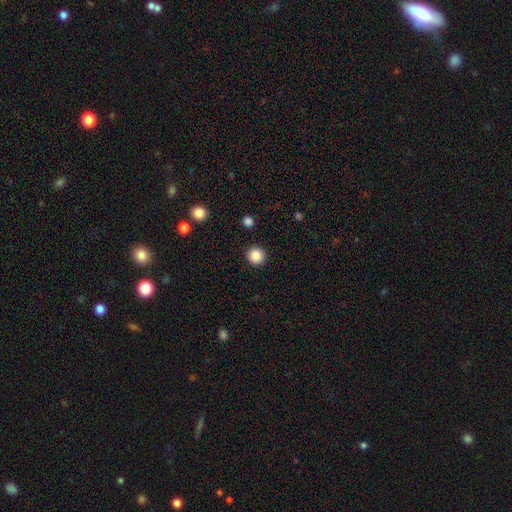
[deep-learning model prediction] The model was most divided on "smooth or featured": smooth: 87%, star or artifact: 10%, featured or disk: 3%. More confident: how rounded — round (94%); merging — none (92%).